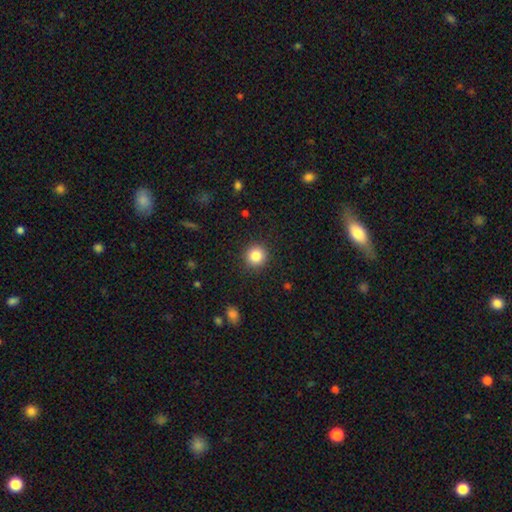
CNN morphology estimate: type=smooth (85%); roundness=round (93%); merging=none (91%).